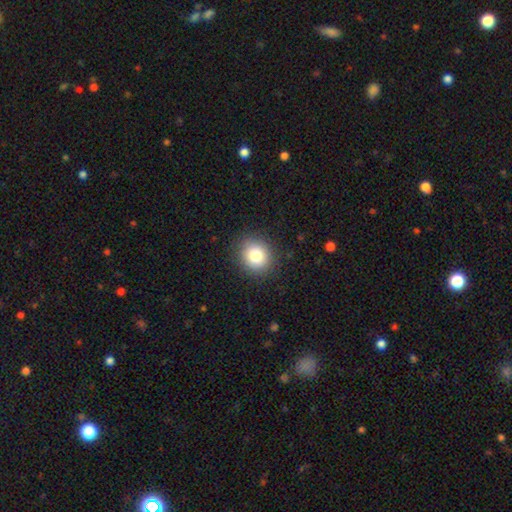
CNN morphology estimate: type=smooth (82%); roundness=round (83%); merging=none (89%).